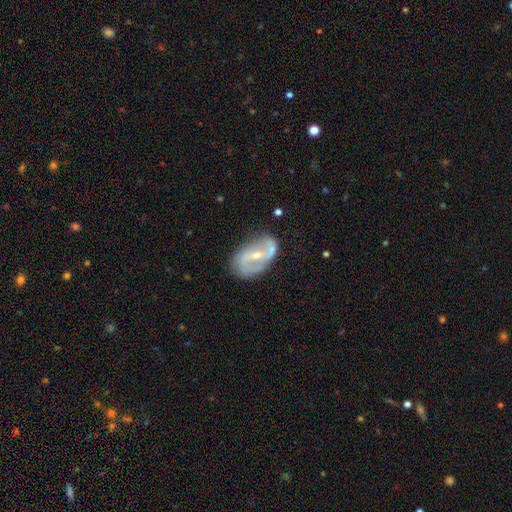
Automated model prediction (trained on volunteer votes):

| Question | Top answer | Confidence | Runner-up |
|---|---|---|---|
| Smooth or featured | featured or disk | 83% | smooth (12%) |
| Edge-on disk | no | 96% | yes (4%) |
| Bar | weak | 39% | strong (32%) |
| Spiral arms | yes | 87% | no (13%) |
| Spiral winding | loose | 44% | medium (40%) |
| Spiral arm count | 2 | 85% | can't tell (7%) |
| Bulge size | small | 60% | moderate (37%) |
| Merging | none | 67% | minor disturbance (22%) |